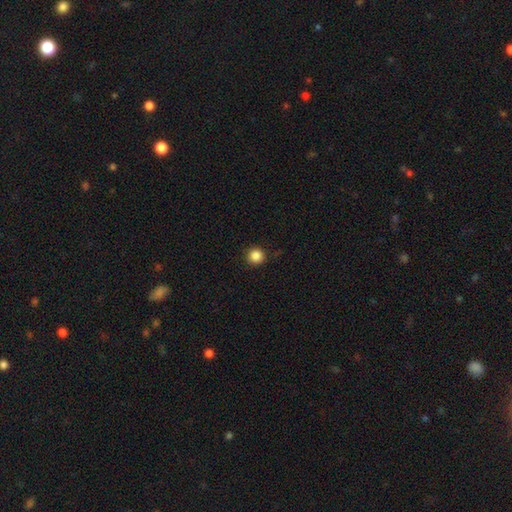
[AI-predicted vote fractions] Smooth or featured: smooth — 87% (star or artifact — 10%)
How rounded: round — 95% (in between — 4%)
Merging: none — 91% (minor disturbance — 6%)